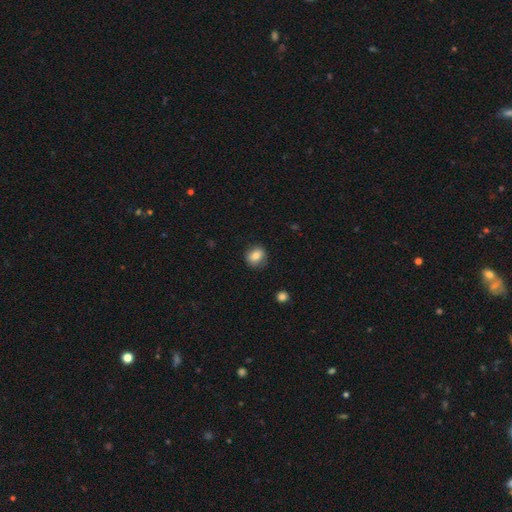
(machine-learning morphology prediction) smooth_or_featured: smooth (p=0.80) [alt: featured or disk p=0.11]
how_rounded: round (p=0.73) [alt: in between p=0.26]
merging: none (p=0.84) [alt: minor disturbance p=0.12]